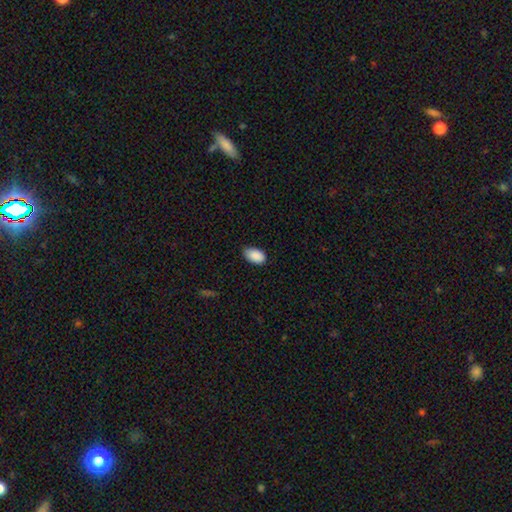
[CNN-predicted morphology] This is clearly a smooth galaxy (90%). How rounded: clearly in between (94%). Merging: likely none (77%).